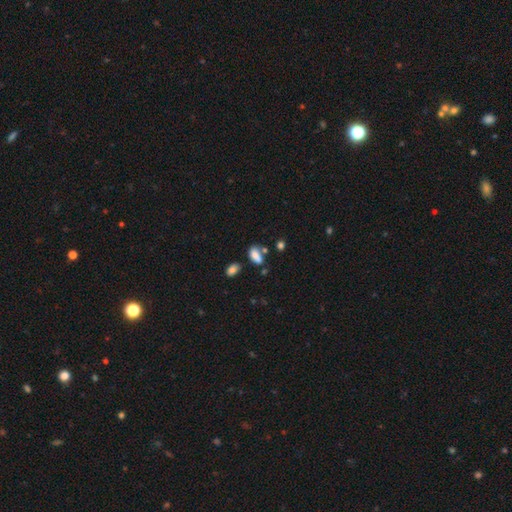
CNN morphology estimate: Overall: smooth (79%). How rounded: in between (85%). Merging: none (48%; merger 22%).